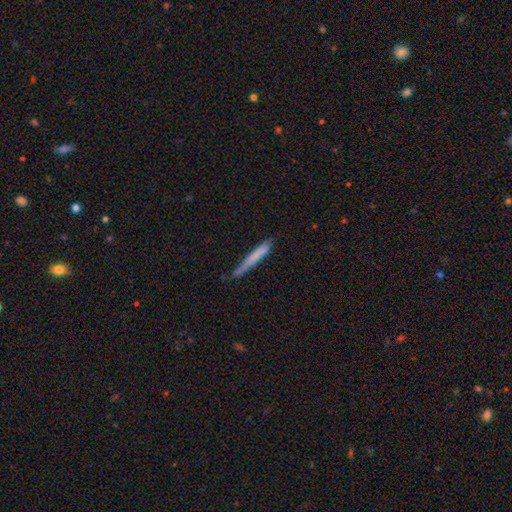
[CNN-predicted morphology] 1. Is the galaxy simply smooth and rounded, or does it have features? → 68% smooth, 26% featured or disk, 6% star or artifact.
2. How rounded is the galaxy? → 96% cigar-shaped, 3% in between, 1% round.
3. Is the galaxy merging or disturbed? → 74% none, 20% minor disturbance, 4% major disturbance, 3% merger.